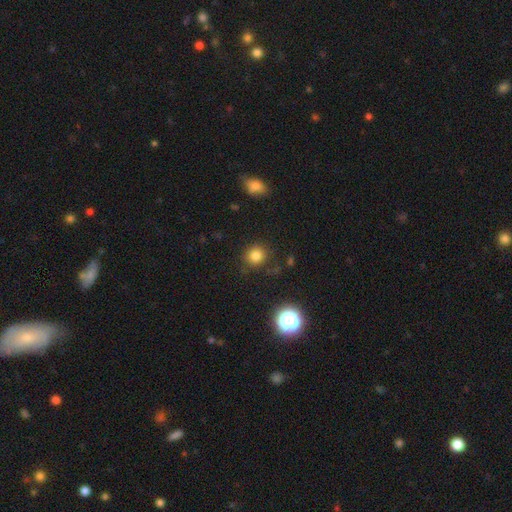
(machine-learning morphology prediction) The model was most divided on "smooth or featured": smooth: 81%, star or artifact: 14%, featured or disk: 5%. More confident: how rounded — round (87%); merging — none (85%).